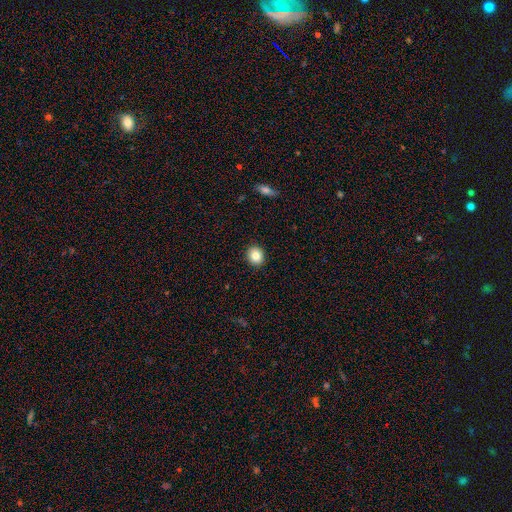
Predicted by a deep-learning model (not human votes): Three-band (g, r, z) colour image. It shows a smooth galaxy with no disk features (84%) that is round (73%). Merging: none (91%).